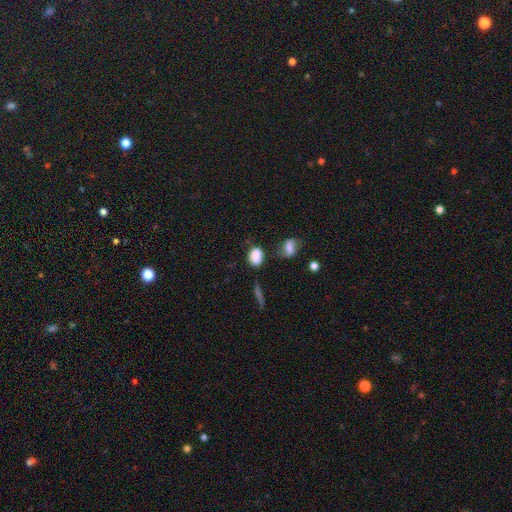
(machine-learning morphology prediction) Overall: smooth (83%). How rounded: in between (70%). Merging: none (67%).